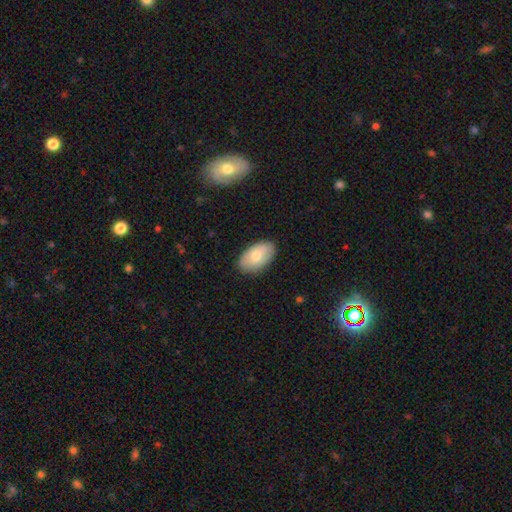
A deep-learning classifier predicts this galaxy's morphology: smooth_or_featured: smooth (p=0.72) [alt: featured or disk p=0.22]
how_rounded: in between (p=0.94) [alt: round p=0.04]
merging: none (p=0.85) [alt: minor disturbance p=0.12]